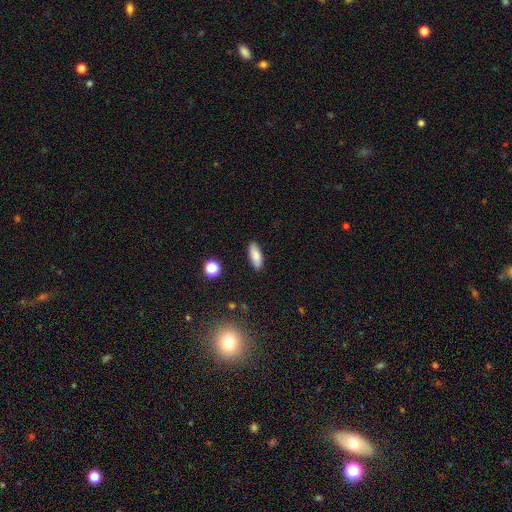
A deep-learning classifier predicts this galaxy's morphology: A smooth galaxy with no disk features (85%) that is in between round and cigar-shaped (74%).

Vote fractions:
- Smooth or featured? smooth: 85% / star or artifact: 7% / featured or disk: 7%
- How rounded? in between: 74% / cigar-shaped: 24% / round: 2%
- Merging? none: 88% / minor disturbance: 8% / major disturbance: 2% / merger: 1%